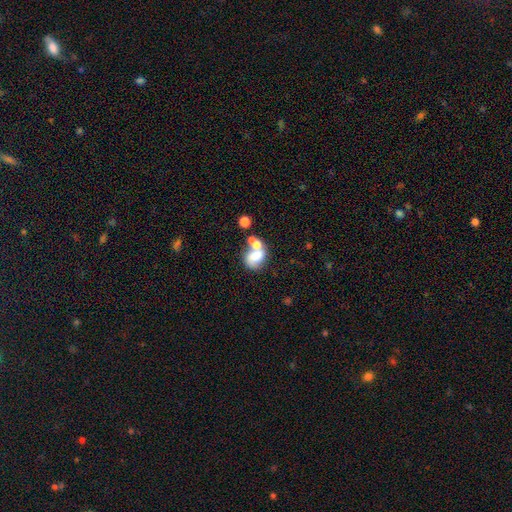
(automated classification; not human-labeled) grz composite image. It shows a smooth galaxy with no disk features (62%) that is in between round and cigar-shaped (65%). Merging: merger (50%).